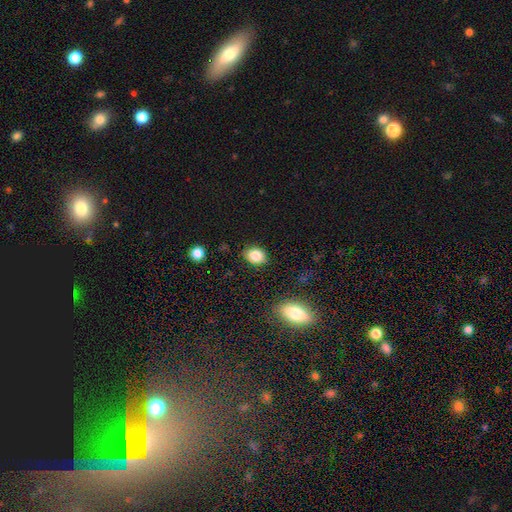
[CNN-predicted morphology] smooth_or_featured: smooth (p=0.84) [alt: star or artifact p=0.10]
how_rounded: in between (p=0.61) [alt: round p=0.38]
merging: none (p=0.85) [alt: minor disturbance p=0.11]